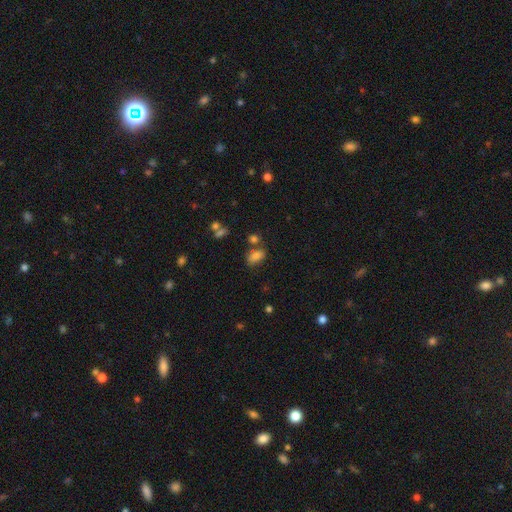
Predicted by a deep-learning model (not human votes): A smooth galaxy with no disk features (77%) that is in between round and cigar-shaped (86%). Merging: none (63%).